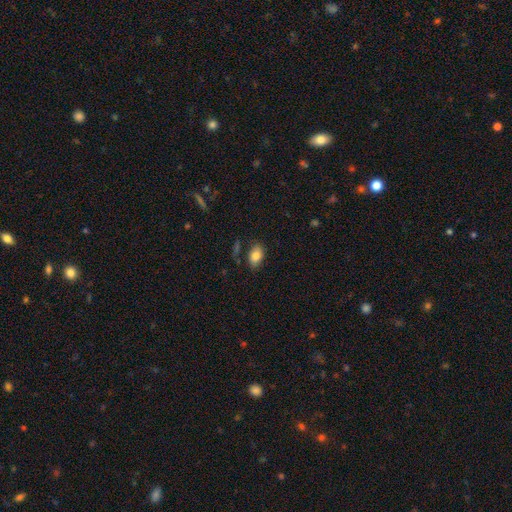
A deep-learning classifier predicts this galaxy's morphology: smooth-or-featured: smooth: 85% | star or artifact: 8% | featured or disk: 7%
  how-rounded: in between: 89% | round: 9% | cigar-shaped: 2%
  merging: none: 73% | minor disturbance: 18% | major disturbance: 5% | merger: 4%